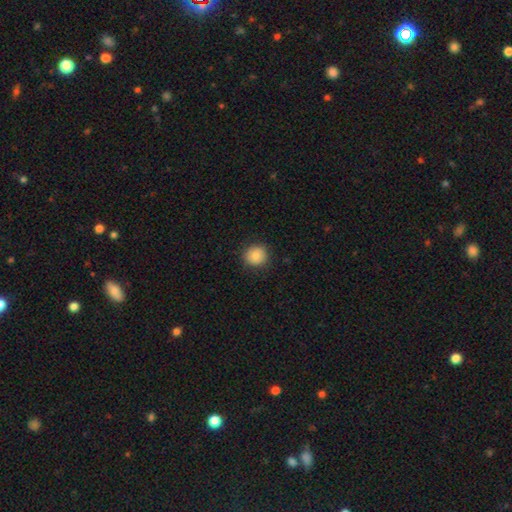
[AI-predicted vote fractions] A smooth galaxy with no disk features (86%) that is round (90%). Merging: none (88%).